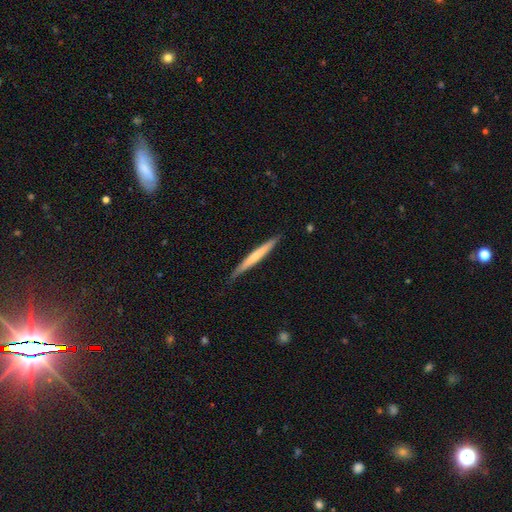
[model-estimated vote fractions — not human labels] smooth_or_featured: smooth (p=0.54) [alt: featured or disk p=0.41]
how_rounded: cigar-shaped (p=0.97) [alt: in between p=0.02]
merging: none (p=0.85) [alt: minor disturbance p=0.13]